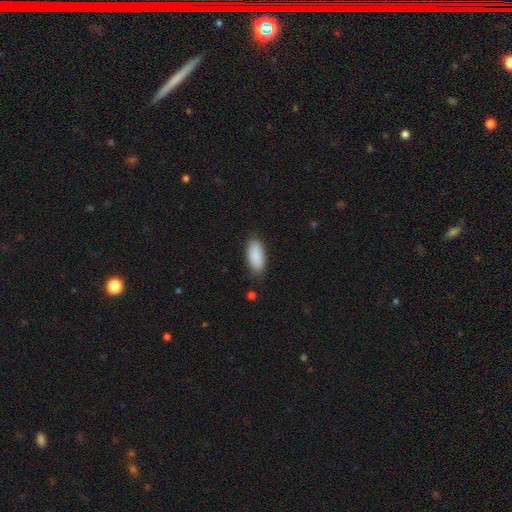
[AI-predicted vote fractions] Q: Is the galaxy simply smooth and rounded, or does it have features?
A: smooth — 90%.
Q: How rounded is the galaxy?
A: in between — 88%.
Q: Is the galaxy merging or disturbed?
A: none — 84%.